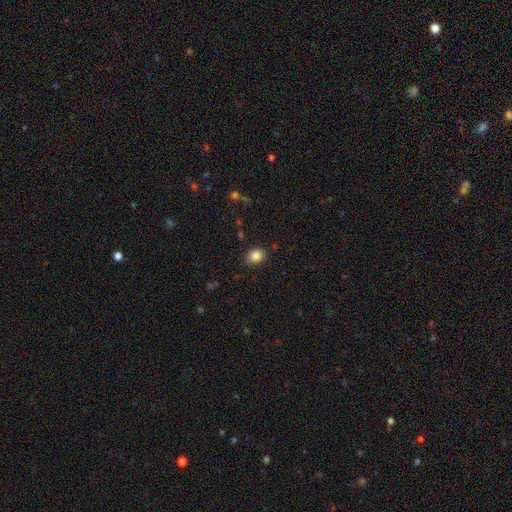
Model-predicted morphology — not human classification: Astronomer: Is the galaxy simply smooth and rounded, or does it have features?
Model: smooth — 85%.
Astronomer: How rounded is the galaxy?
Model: in between — 63%.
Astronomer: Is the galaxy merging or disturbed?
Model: none — 83%.